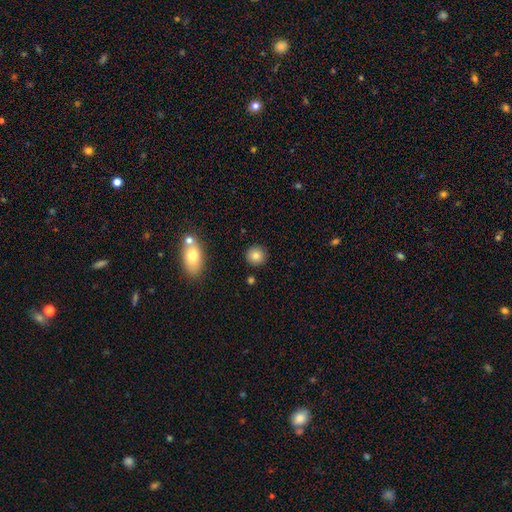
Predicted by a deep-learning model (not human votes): smooth 83%, star or artifact 10%, featured or disk 8%. Down the decision tree: how rounded — round (92%); merging — none (89%).